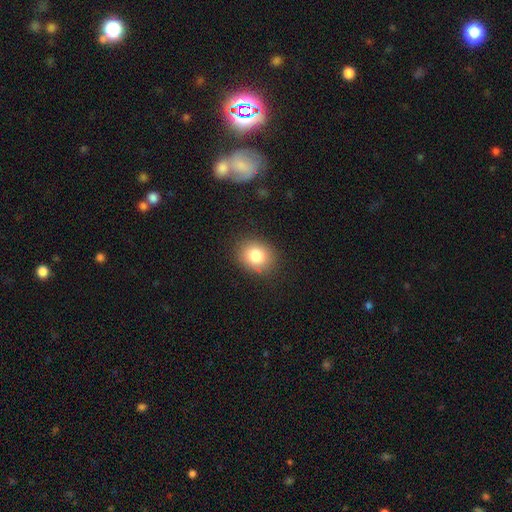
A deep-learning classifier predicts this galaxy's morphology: A smooth galaxy with no disk features (82%) that is round (58%). Merging: none (85%).